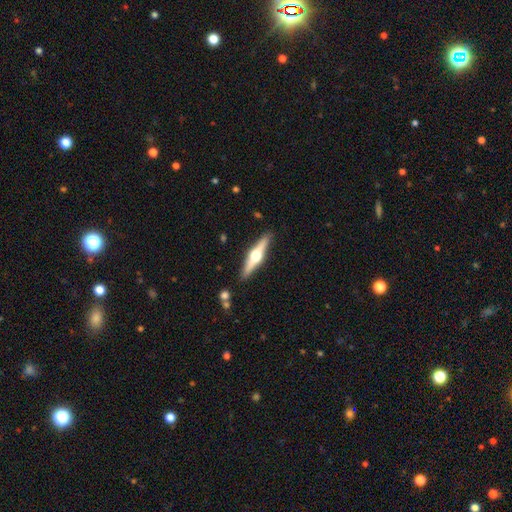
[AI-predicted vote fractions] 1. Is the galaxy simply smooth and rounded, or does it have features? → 72% featured or disk, 23% smooth, 5% star or artifact.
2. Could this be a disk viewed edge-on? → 97% yes, 3% no.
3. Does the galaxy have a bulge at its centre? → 96% rounded, 3% boxy, 1% none.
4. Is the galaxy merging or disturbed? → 90% none, 7% minor disturbance, 2% merger, 2% major disturbance.